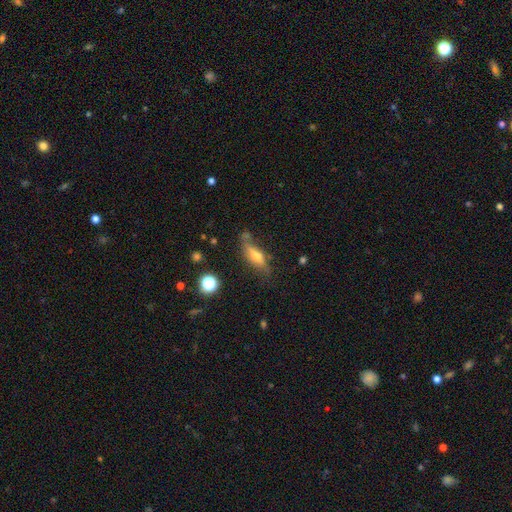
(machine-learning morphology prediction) Smooth or featured: featured or disk — 50% (smooth — 39%)
Edge-on disk: yes — 80% (no — 20%)
Merging: none — 62% (minor disturbance — 22%)